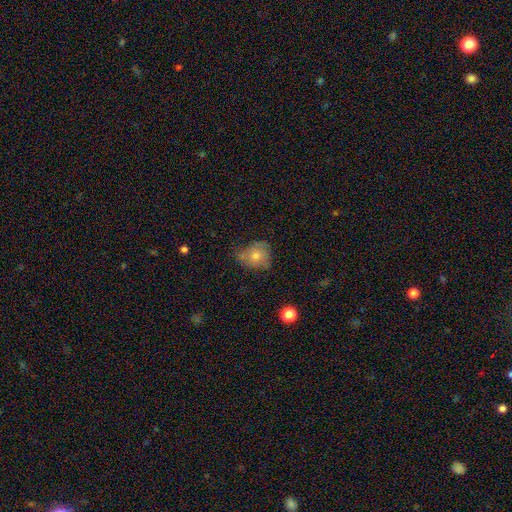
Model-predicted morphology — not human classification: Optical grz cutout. It shows a smooth galaxy with no disk features (60%) that is round (69%). Merging: none (55%).